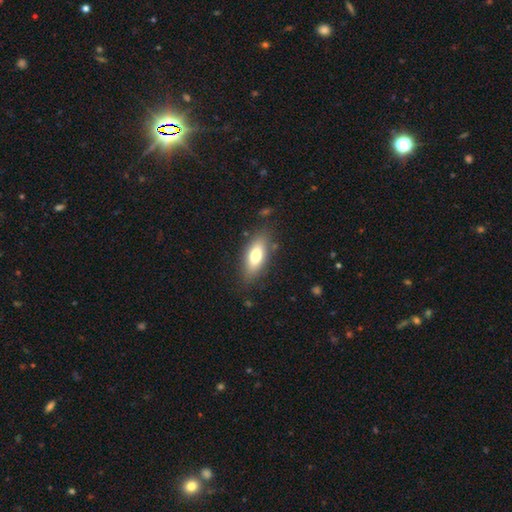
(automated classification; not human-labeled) Overall: smooth (72%). How rounded: in between (77%). Merging: none (81%).